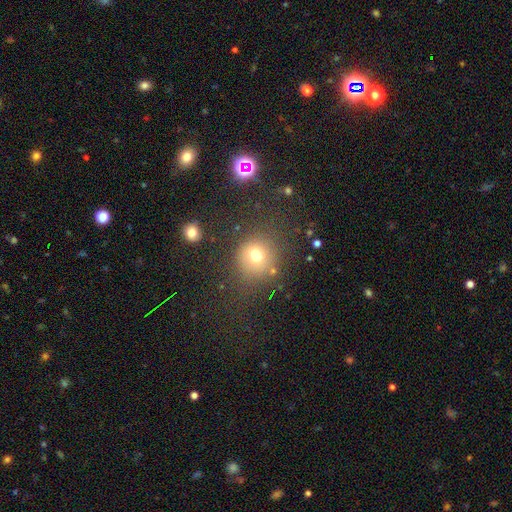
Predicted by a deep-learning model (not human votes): smooth 73%, star or artifact 16%, featured or disk 10%. Down the decision tree: how rounded — round (86%); merging — none (75%).